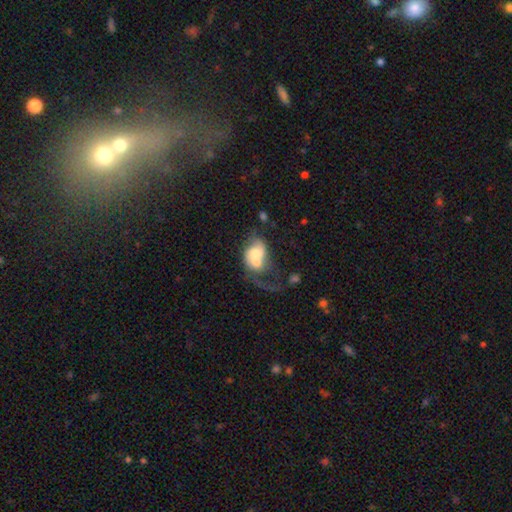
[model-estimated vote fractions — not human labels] This is possibly a smooth galaxy (47%). Merging: possibly merger (58%).